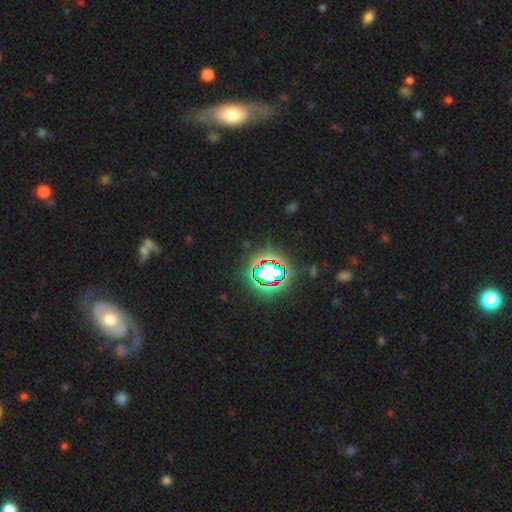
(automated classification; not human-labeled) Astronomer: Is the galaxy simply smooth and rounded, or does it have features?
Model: star or artifact — 57%.